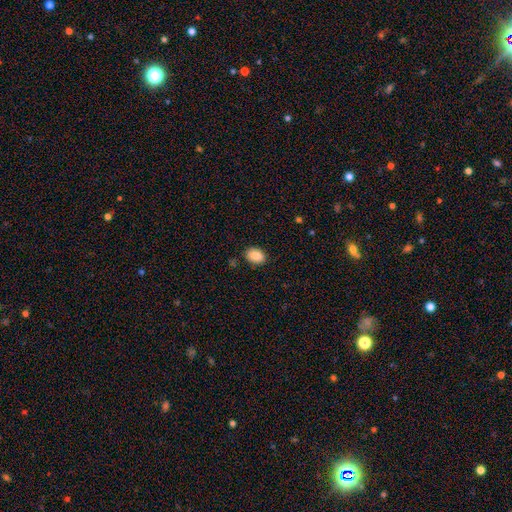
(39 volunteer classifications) Volunteers were most divided on "merging": none: 86%, minor disturbance: 14%, major disturbance: 0%, merger: 0%. More confident: how rounded — in between (84%); smooth or featured — smooth (82%).